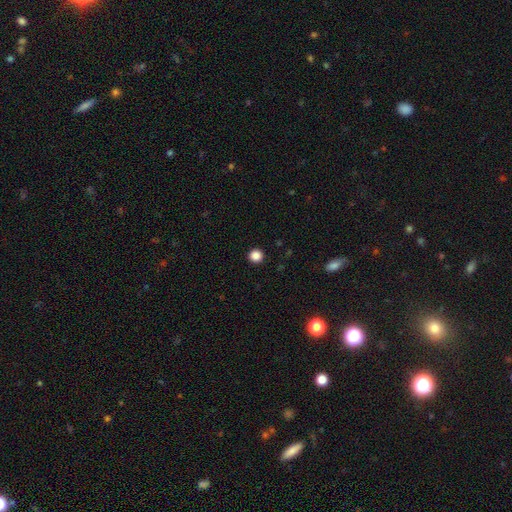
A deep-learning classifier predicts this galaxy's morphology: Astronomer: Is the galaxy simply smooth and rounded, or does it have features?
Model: smooth — 86%.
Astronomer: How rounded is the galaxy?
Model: round — 95%.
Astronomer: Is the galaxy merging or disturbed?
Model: none — 94%.